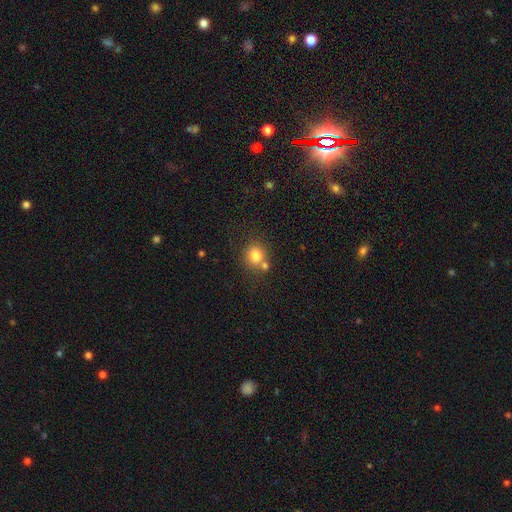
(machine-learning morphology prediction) Overall: smooth (79%). How rounded: round (87%). Merging: none (63%; merger 24%).